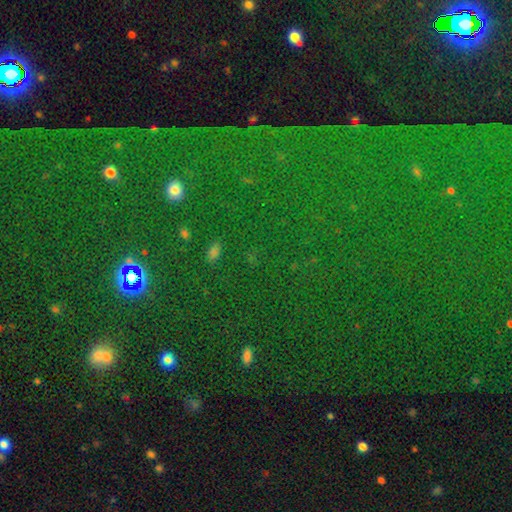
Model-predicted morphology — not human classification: A star or artifact, not a galaxy (80%).